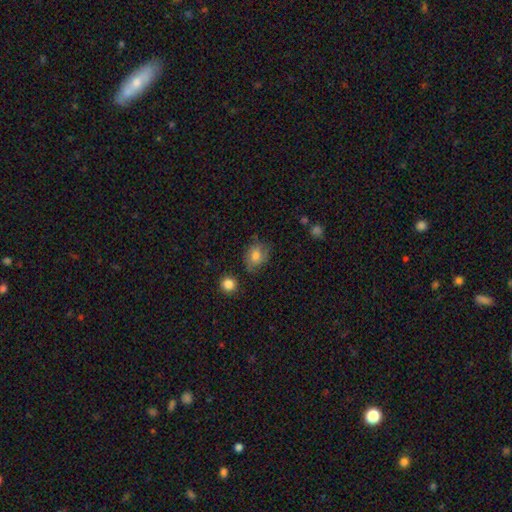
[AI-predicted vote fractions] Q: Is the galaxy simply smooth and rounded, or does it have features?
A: smooth — 73%.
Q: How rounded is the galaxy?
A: in between — 55%.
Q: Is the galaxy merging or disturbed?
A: none — 61%.